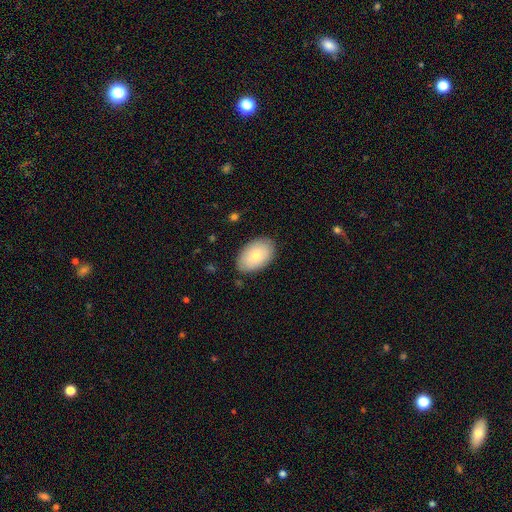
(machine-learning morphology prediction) A smooth galaxy with no disk features (78%) that is in between round and cigar-shaped (92%).

Vote fractions:
- Smooth or featured? smooth: 78% / featured or disk: 16% / star or artifact: 6%
- How rounded? in between: 92% / round: 6% / cigar-shaped: 1%
- Merging? none: 84% / minor disturbance: 12% / major disturbance: 2% / merger: 1%